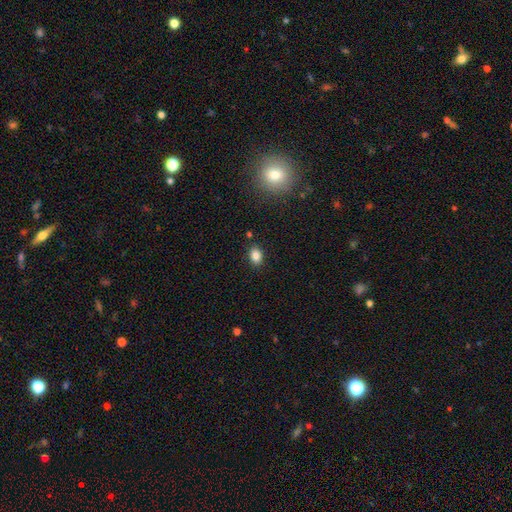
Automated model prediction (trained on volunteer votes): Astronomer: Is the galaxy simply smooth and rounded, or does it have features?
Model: smooth — 84%.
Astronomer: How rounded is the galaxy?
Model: in between — 77%.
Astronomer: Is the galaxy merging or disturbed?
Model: none — 86%.